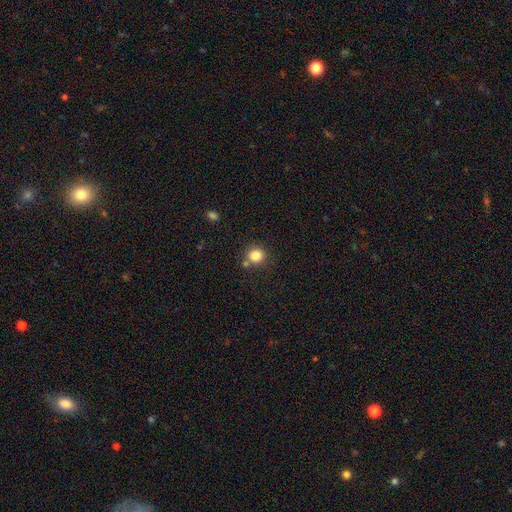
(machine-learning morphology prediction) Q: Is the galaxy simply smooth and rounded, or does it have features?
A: smooth — 83%.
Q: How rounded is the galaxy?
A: round — 90%.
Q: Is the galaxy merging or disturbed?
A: none — 75%.